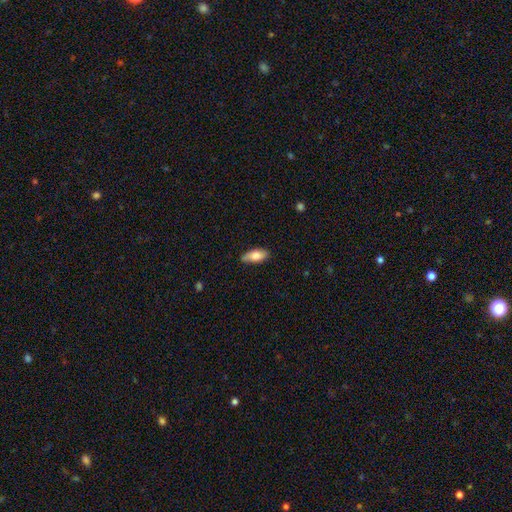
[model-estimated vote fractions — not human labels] smooth 81%, featured or disk 13%, star or artifact 6%. Down the decision tree: how rounded — in between (81%); merging — none (77%).